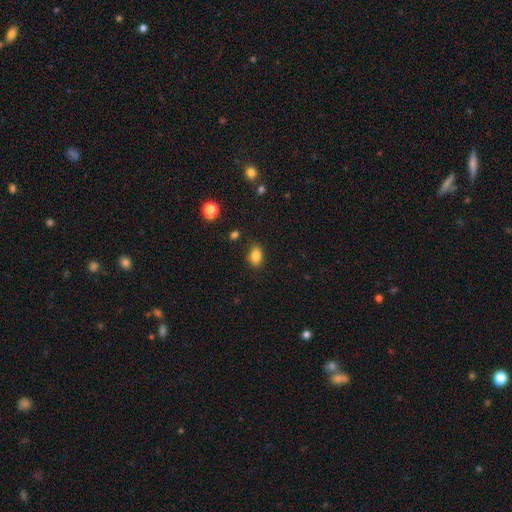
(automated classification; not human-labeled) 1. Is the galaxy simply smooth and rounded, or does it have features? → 85% smooth, 10% star or artifact, 5% featured or disk.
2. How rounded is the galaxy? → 84% in between, 14% round, 2% cigar-shaped.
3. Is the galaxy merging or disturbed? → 84% none, 12% minor disturbance, 3% major disturbance, 2% merger.